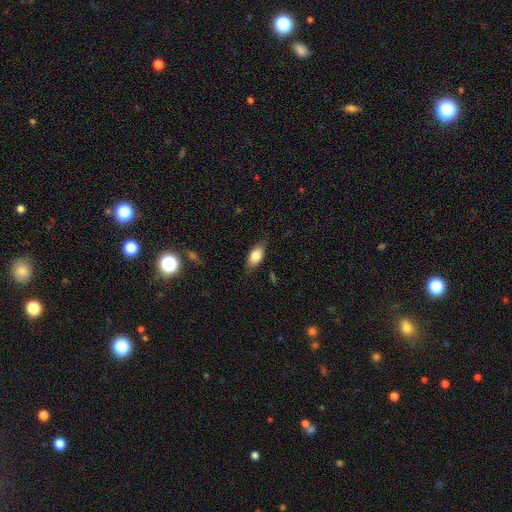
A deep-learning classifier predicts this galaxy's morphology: Overall: smooth (78%). How rounded: in between (87%). Merging: none (79%).